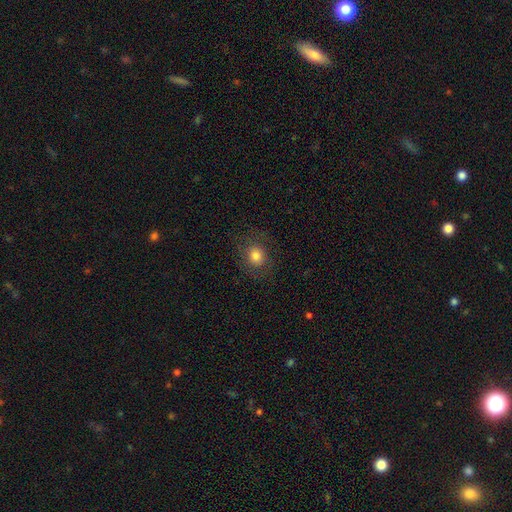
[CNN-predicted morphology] A smooth galaxy with no disk features (79%) that is round (73%). Merging: none (80%).